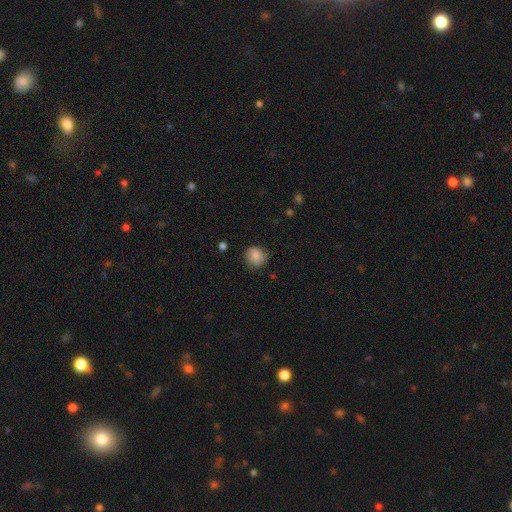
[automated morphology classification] smooth-or-featured: smooth: 82% | featured or disk: 9% | star or artifact: 8%
  how-rounded: round: 85% | in between: 14% | cigar-shaped: 1%
  merging: none: 80% | minor disturbance: 15% | major disturbance: 3% | merger: 1%